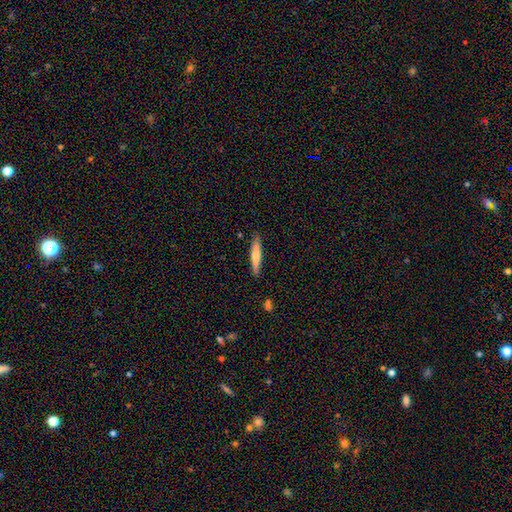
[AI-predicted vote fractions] smooth-or-featured: smooth: 67% | featured or disk: 27% | star or artifact: 6%
  how-rounded: cigar-shaped: 89% | in between: 9% | round: 1%
  merging: none: 86% | minor disturbance: 11% | major disturbance: 2% | merger: 2%